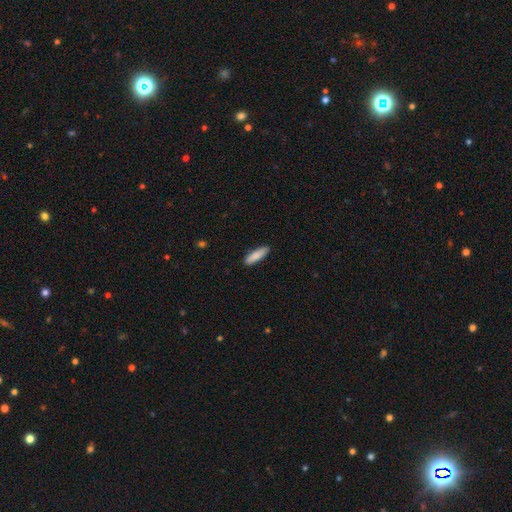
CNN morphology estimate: A smooth galaxy with no disk features (87%) that is cigar-shaped (66%).

Vote fractions:
- Smooth or featured? smooth: 87% / featured or disk: 8% / star or artifact: 6%
- How rounded? cigar-shaped: 66% / in between: 33% / round: 1%
- Merging? none: 89% / minor disturbance: 9% / major disturbance: 2% / merger: 1%